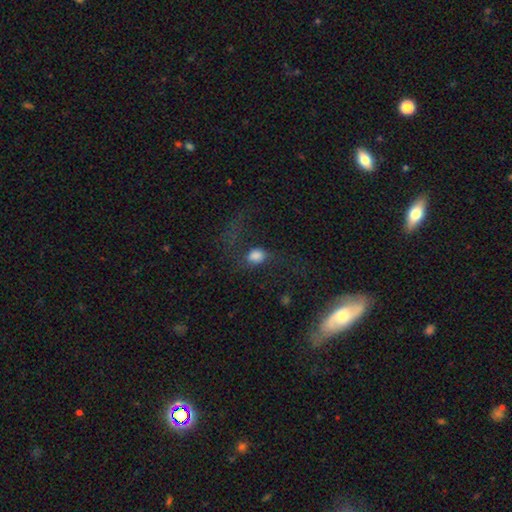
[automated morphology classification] Smooth or featured?
  - smooth: 71% *
  - star or artifact: 15%
  - featured or disk: 14%
How rounded?
  - in between: 50% *
  - round: 46%
  - cigar-shaped: 3%
Merging?
  - none: 41% *
  - major disturbance: 35%
  - minor disturbance: 19%
  - merger: 5%